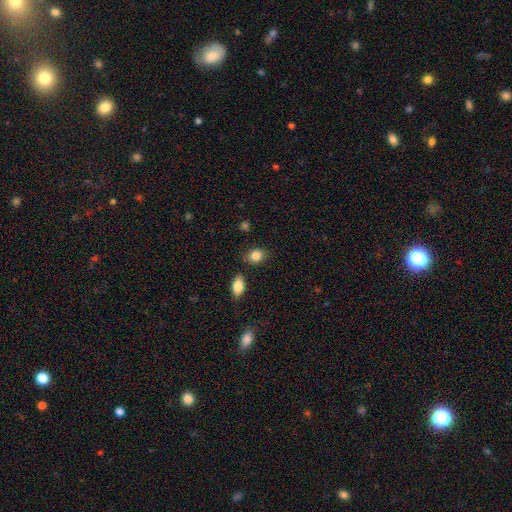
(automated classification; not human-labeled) Overall: smooth (85%). How rounded: in between (61%; round 38%). Merging: none (79%).